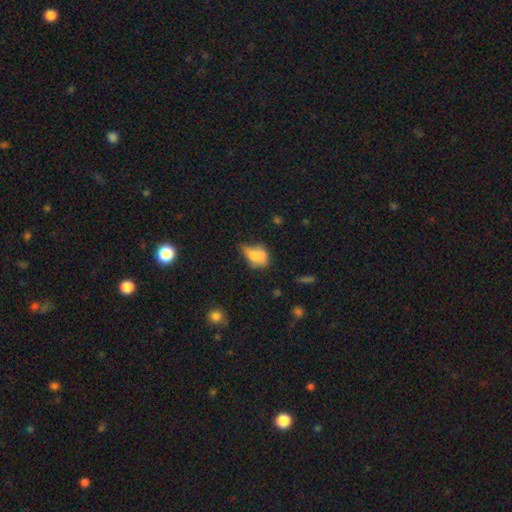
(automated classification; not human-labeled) The model was most divided on "merging": minor disturbance: 31%, none: 28%, major disturbance: 21%, merger: 20%. More confident: how rounded — in between (77%); smooth or featured — smooth (64%).